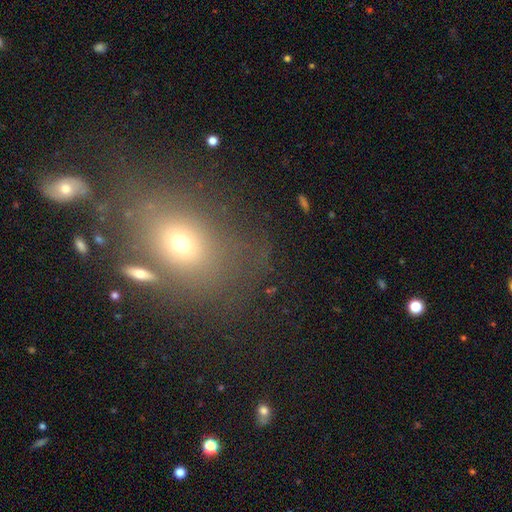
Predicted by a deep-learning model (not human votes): The model was most divided on "how rounded": in between: 49%, round: 48%, cigar-shaped: 2%. More confident: merging — none (65%); smooth or featured — smooth (55%).